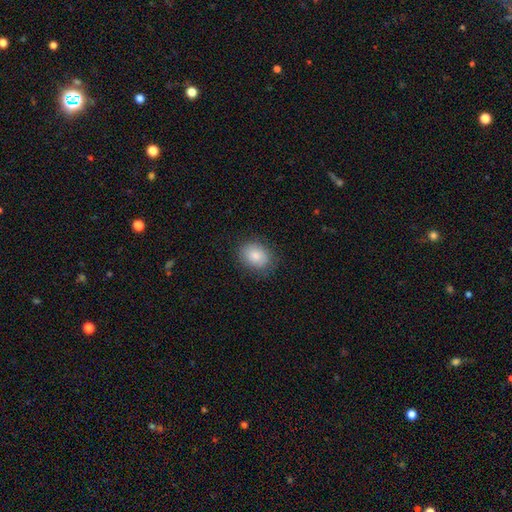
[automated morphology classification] A smooth galaxy with no disk features (84%) that is in between round and cigar-shaped (54%).

Vote fractions:
- Smooth or featured? smooth: 84% / featured or disk: 8% / star or artifact: 7%
- How rounded? in between: 54% / round: 46% / cigar-shaped: 1%
- Merging? none: 83% / minor disturbance: 13% / major disturbance: 4% / merger: 1%